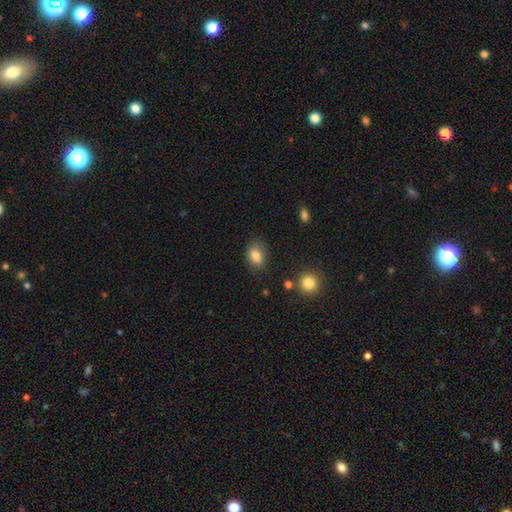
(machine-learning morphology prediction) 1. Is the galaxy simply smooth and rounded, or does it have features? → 83% smooth, 9% star or artifact, 8% featured or disk.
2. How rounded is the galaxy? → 81% in between, 18% round, 2% cigar-shaped.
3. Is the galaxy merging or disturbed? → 73% none, 19% minor disturbance, 5% major disturbance, 3% merger.